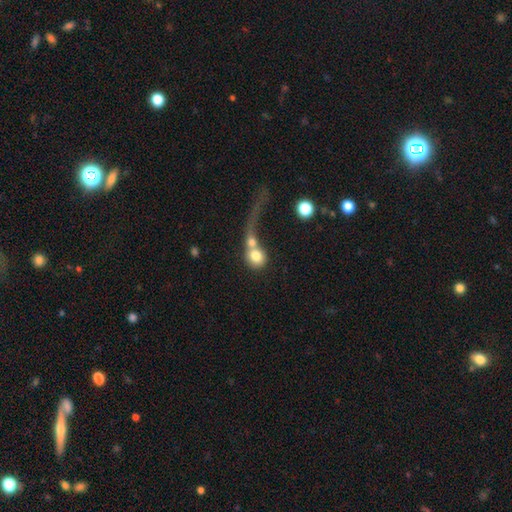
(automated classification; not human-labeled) smooth 74%, featured or disk 18%, star or artifact 9%. Down the decision tree: how rounded — round (80%); merging — merger (60%).